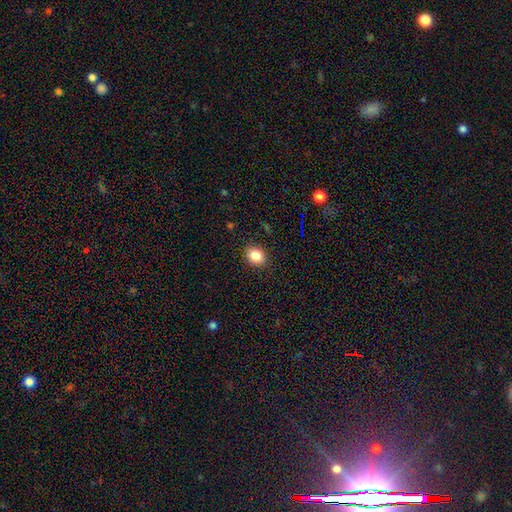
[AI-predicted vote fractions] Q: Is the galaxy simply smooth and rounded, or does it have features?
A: smooth — 85%.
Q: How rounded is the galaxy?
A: in between — 54%.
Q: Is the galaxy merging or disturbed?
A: none — 88%.